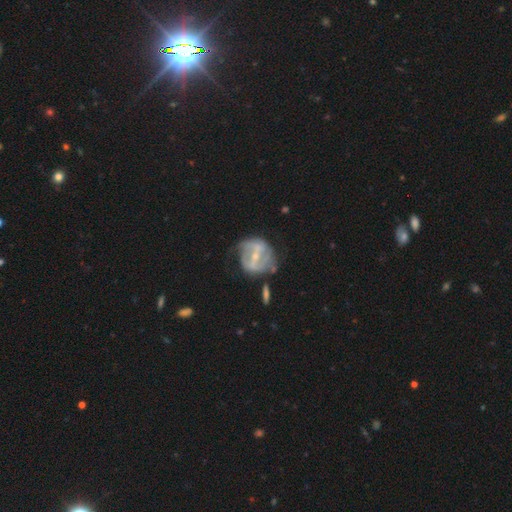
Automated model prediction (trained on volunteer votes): A featured or disk galaxy (78%) with a strong bar (55%), spiral arms (68%) and a small central bulge (61%).

Vote fractions:
- Smooth or featured? featured or disk: 78% / smooth: 16% / star or artifact: 6%
- Edge-on disk? no: 95% / yes: 5%
- Bar? strong: 55% / weak: 33% / no: 12%
- Spiral arms? yes: 68% / no: 32%
- Bulge size? small: 61% / moderate: 34% / none: 3% / large: 1% / dominant: 1%
- Merging? none: 57% / minor disturbance: 25% / major disturbance: 14% / merger: 5%